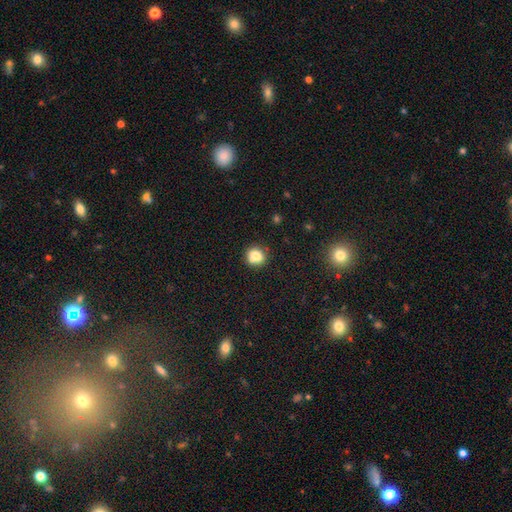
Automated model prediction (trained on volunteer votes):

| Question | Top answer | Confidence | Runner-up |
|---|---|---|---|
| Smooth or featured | smooth | 77% | featured or disk (12%) |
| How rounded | round | 82% | in between (17%) |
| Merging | none | 63% | merger (20%) |